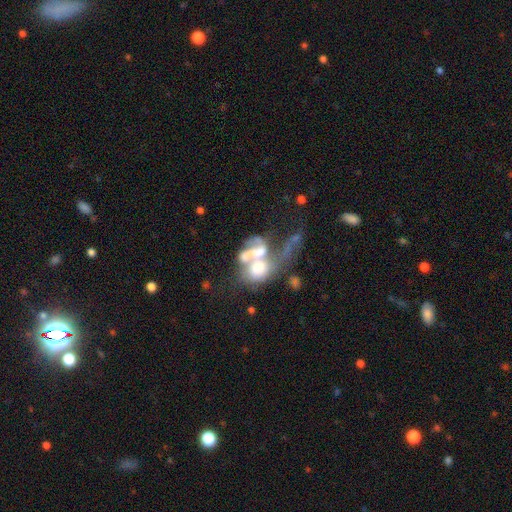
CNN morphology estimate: Q: Smooth or featured?
A: featured or disk (55%); runner-up: smooth (33%)
Q: Edge-on disk?
A: no (96%); runner-up: yes (4%)
Q: Bar?
A: no (72%); runner-up: weak (16%)
Q: Spiral arms?
A: no (69%); runner-up: yes (31%)
Q: Bulge size?
A: moderate (28%); runner-up: large (26%)
Q: Merging?
A: merger (63%); runner-up: major disturbance (23%)